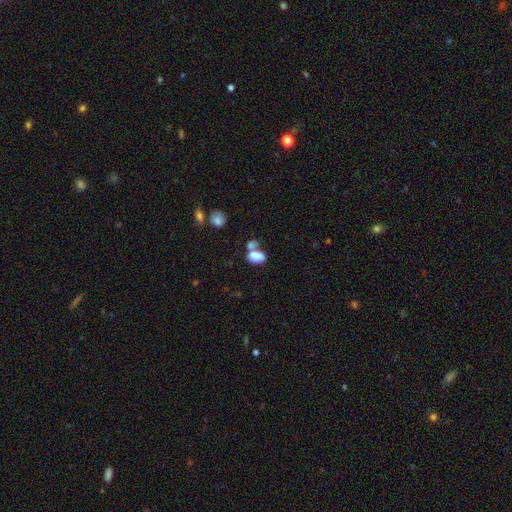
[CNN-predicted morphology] smooth_or_featured: smooth (p=0.80) [alt: featured or disk p=0.11]
how_rounded: in between (p=0.84) [alt: round p=0.14]
merging: merger (p=0.50) [alt: none p=0.29]